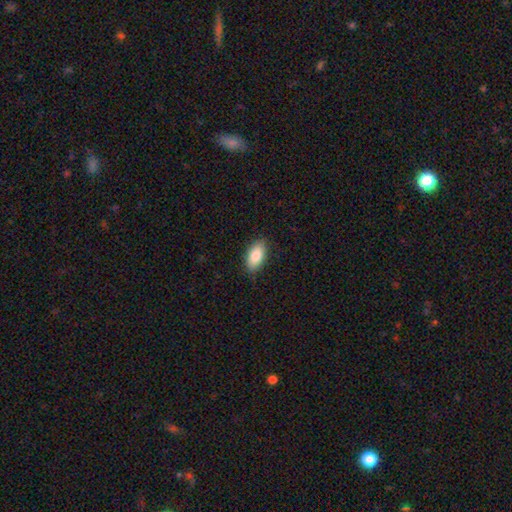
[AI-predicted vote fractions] Smooth or featured?
  - smooth: 86% *
  - featured or disk: 7%
  - star or artifact: 6%
How rounded?
  - in between: 92% *
  - cigar-shaped: 6%
  - round: 3%
Merging?
  - none: 87% *
  - minor disturbance: 10%
  - major disturbance: 2%
  - merger: 1%